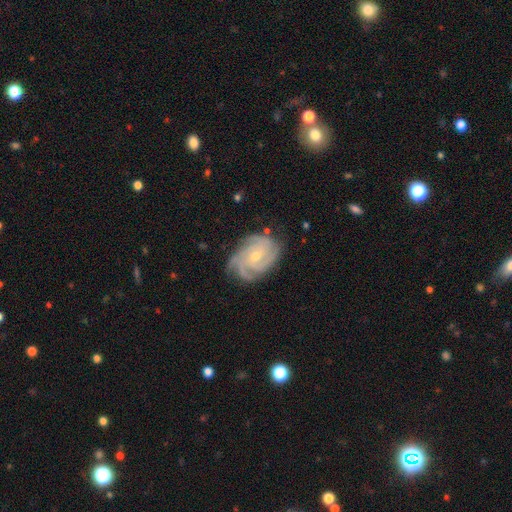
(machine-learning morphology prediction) type=featured or disk (89%); edge-on=no (97%); bar=no (64%); spiral arms=yes (98%); winding=tight (70%); arm count=4 (36%); bulge=small (52%); merging=none (74%).